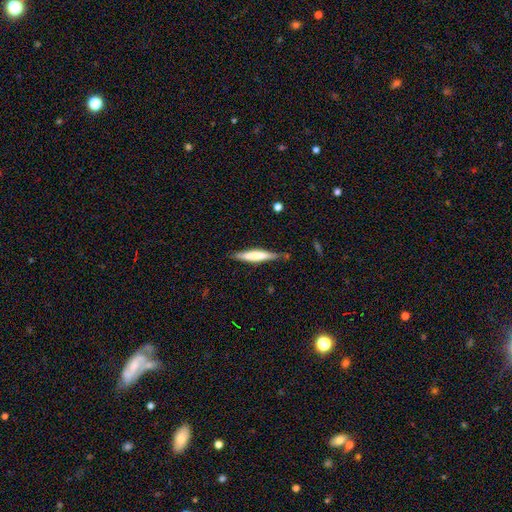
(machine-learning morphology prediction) The model was most divided on "smooth or featured": smooth: 55%, featured or disk: 39%, star or artifact: 6%. More confident: how rounded — cigar-shaped (89%); merging — none (80%).